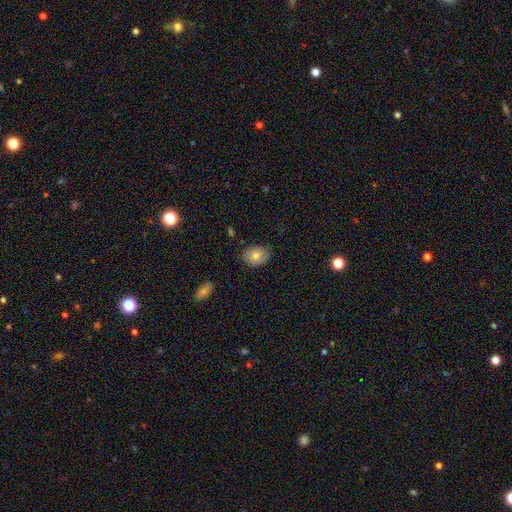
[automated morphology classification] Q: Smooth or featured?
A: smooth (80%); runner-up: featured or disk (11%)
Q: How rounded?
A: in between (67%); runner-up: round (32%)
Q: Merging?
A: none (84%); runner-up: minor disturbance (12%)